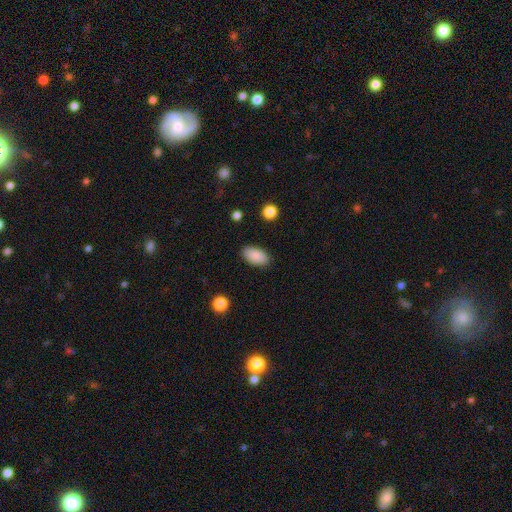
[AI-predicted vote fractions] Smooth or featured? Predicted: smooth (p=0.89). How rounded? Predicted: in between (p=0.94). Merging? Predicted: none (p=0.88).